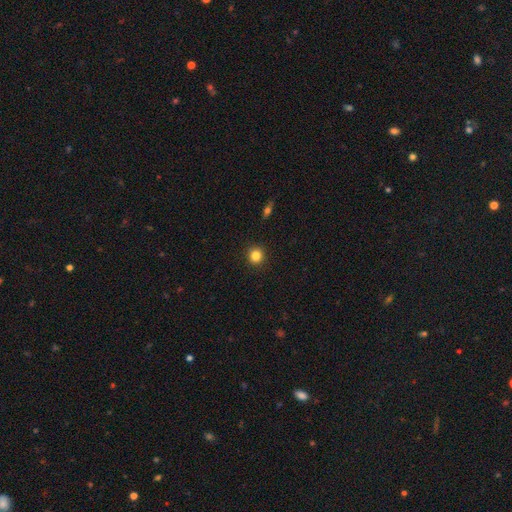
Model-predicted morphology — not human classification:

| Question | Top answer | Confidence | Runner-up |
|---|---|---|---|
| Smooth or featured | smooth | 83% | star or artifact (11%) |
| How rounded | round | 93% | in between (6%) |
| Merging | none | 92% | minor disturbance (5%) |